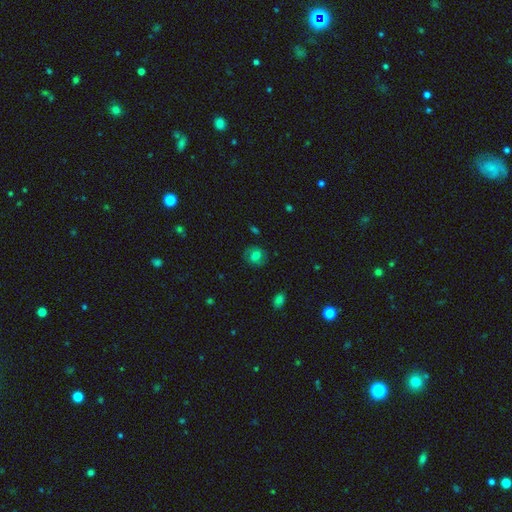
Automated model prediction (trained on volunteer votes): smooth-or-featured: smooth: 51% | featured or disk: 37% | star or artifact: 12%
  how-rounded: round: 61% | in between: 38% | cigar-shaped: 1%
  merging: none: 73% | minor disturbance: 17% | major disturbance: 8% | merger: 2%